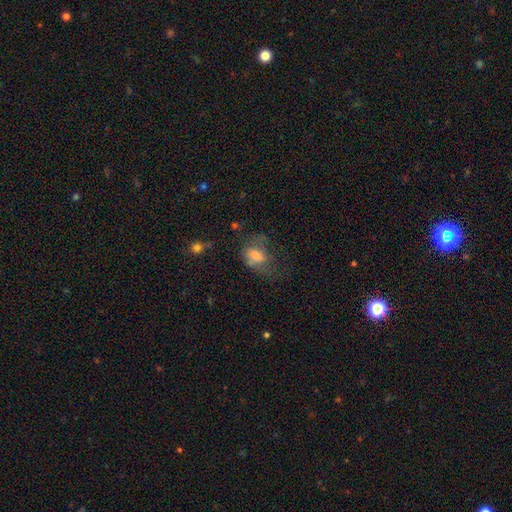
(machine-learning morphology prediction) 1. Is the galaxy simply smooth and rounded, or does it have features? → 61% smooth, 26% featured or disk, 13% star or artifact.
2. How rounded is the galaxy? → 79% in between, 19% round, 2% cigar-shaped.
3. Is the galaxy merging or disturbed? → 37% major disturbance, 33% none, 25% minor disturbance, 5% merger.